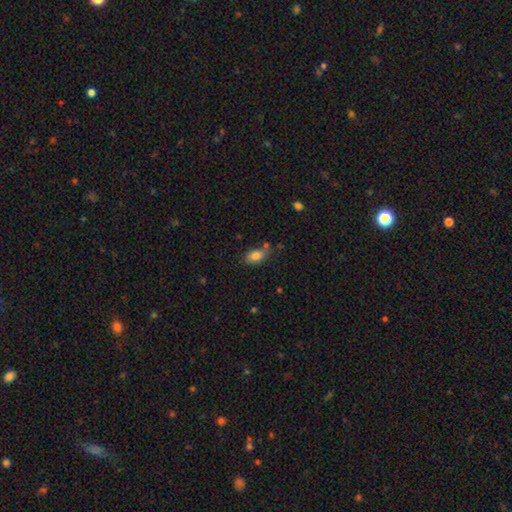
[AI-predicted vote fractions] smooth-or-featured: smooth: 84% | star or artifact: 8% | featured or disk: 8%
  how-rounded: in between: 90% | round: 7% | cigar-shaped: 3%
  merging: none: 68% | minor disturbance: 17% | merger: 10% | major disturbance: 4%